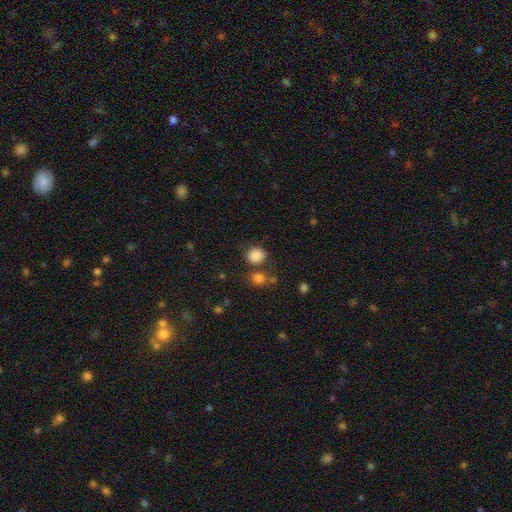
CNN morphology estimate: Smooth or featured? Predicted: smooth (p=0.85). How rounded? Predicted: round (p=0.81). Merging? Predicted: none (p=0.74).